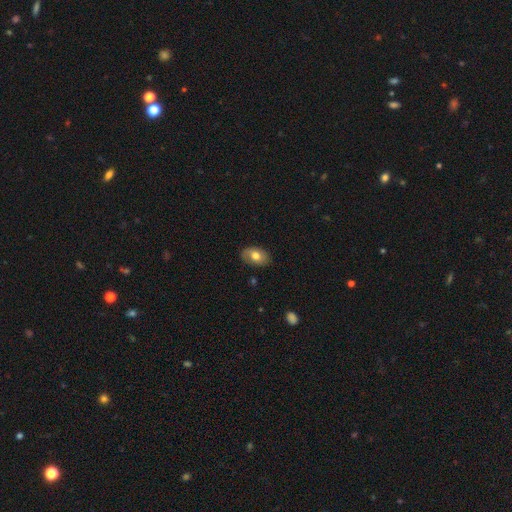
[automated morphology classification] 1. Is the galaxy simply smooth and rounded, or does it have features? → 72% smooth, 21% featured or disk, 7% star or artifact.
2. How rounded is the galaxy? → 88% in between, 11% round, 1% cigar-shaped.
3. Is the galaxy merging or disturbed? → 81% none, 15% minor disturbance, 3% major disturbance, 1% merger.